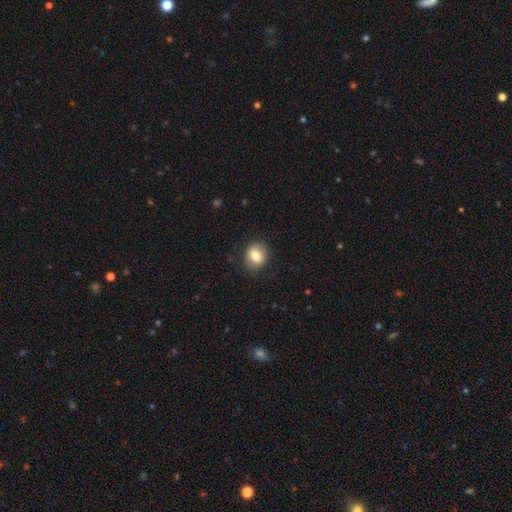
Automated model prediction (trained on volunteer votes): A smooth galaxy with no disk features (76%) that is in between round and cigar-shaped (59%).

Vote fractions:
- Smooth or featured? smooth: 76% / featured or disk: 15% / star or artifact: 8%
- How rounded? in between: 59% / round: 39% / cigar-shaped: 2%
- Merging? none: 80% / minor disturbance: 15% / major disturbance: 4% / merger: 1%